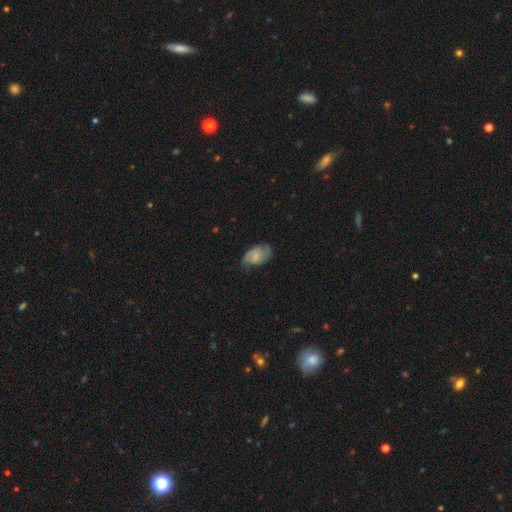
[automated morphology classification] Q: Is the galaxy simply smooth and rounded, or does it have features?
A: featured or disk — 51%.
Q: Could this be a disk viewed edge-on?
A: no — 96%.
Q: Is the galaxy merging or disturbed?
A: none — 63%.